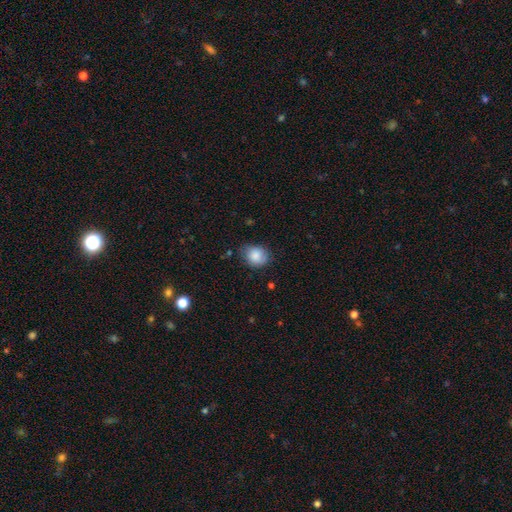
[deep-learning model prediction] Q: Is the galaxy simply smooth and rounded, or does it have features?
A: smooth — 84%.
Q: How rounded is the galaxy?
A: round — 64%.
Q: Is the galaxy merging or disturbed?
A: none — 70%.